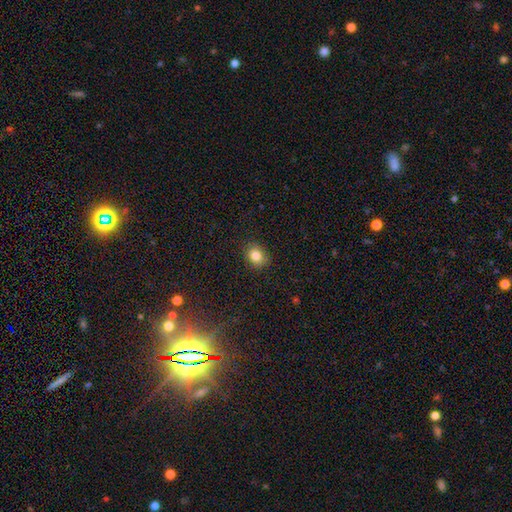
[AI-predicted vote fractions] Morphology: type=smooth (83%); roundness=in between (50%); merging=none (86%).